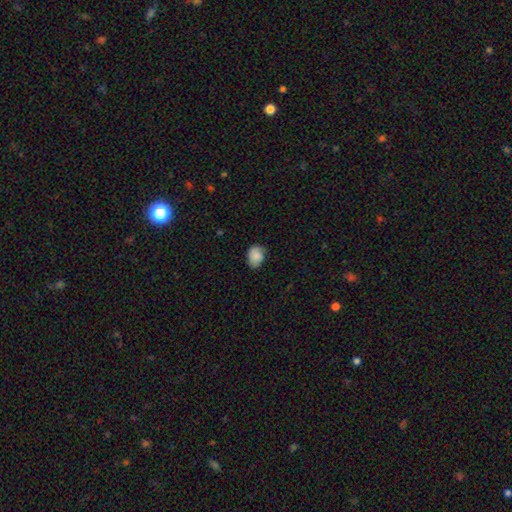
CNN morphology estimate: This appears to be a smooth galaxy with no disk features (85%) that is in between round and cigar-shaped (66%). Merging: none (67%).